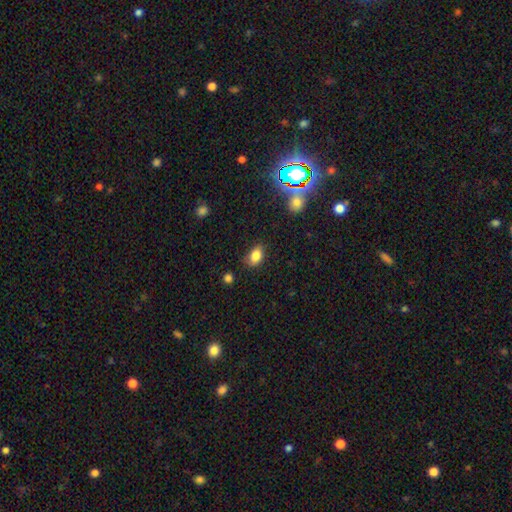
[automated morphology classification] smooth-or-featured: smooth: 82% | star or artifact: 10% | featured or disk: 7%
  how-rounded: in between: 82% | round: 17% | cigar-shaped: 2%
  merging: none: 69% | minor disturbance: 23% | major disturbance: 5% | merger: 2%